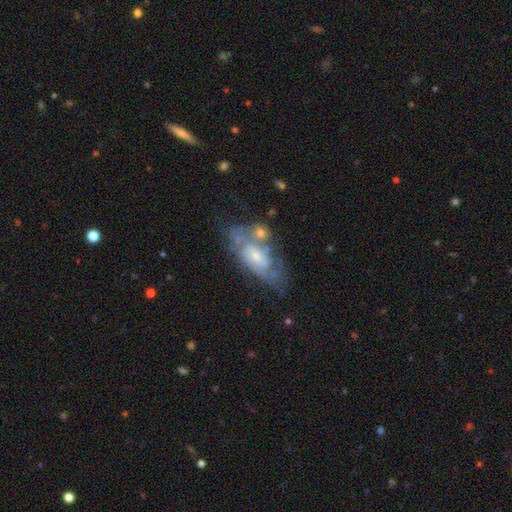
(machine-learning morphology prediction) The model was most divided on "spiral arm count": can't tell: 43%, 2: 36%, 3: 10%, 1: 4%, 4: 4%, more than 4: 3%. Remaining: edge-on disk — no (93%); spiral arms — yes (85%); smooth or featured — featured or disk (77%); bar — no (55%); bulge size — small (54%); spiral winding — tight (50%); merging — none (45%).